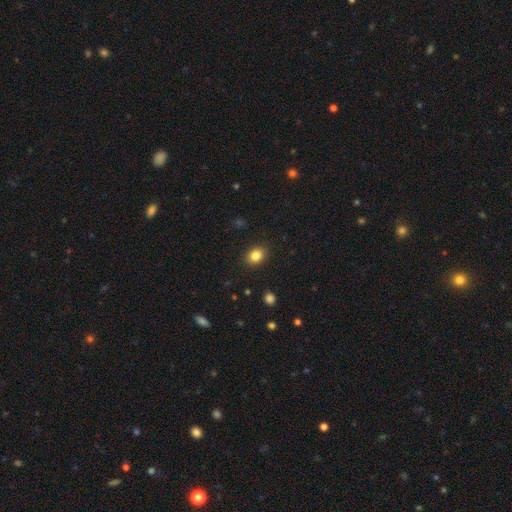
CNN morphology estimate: smooth_or_featured: smooth (p=0.84) [alt: star or artifact p=0.10]
how_rounded: in between (p=0.51) [alt: round p=0.48]
merging: none (p=0.89) [alt: minor disturbance p=0.08]